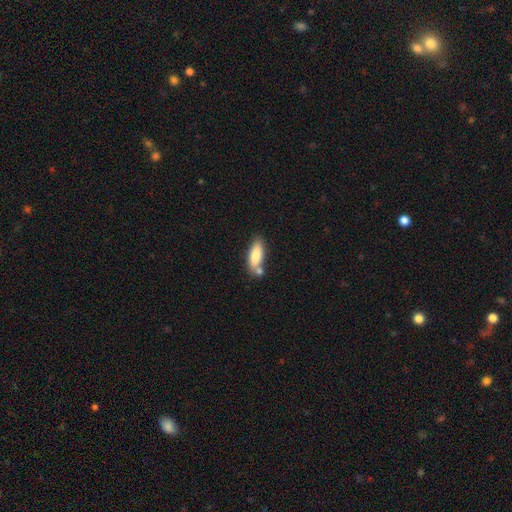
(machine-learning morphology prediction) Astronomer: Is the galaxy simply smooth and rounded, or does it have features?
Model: smooth — 81%.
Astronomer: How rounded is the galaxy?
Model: in between — 66%.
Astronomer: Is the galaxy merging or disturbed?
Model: none — 58%.